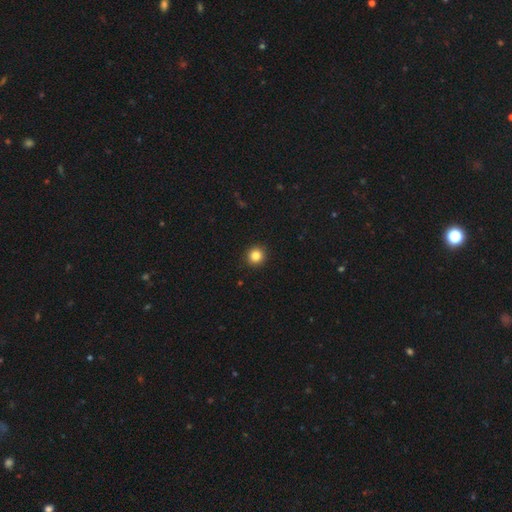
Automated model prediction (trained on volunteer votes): This appears to be a smooth galaxy with no disk features (84%) that is round (95%). Merging: none (93%).